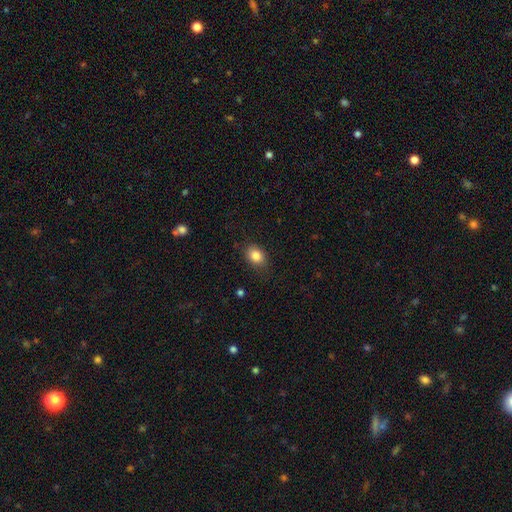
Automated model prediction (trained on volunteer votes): Morphology: type=smooth (85%); roundness=in between (67%); merging=none (80%).